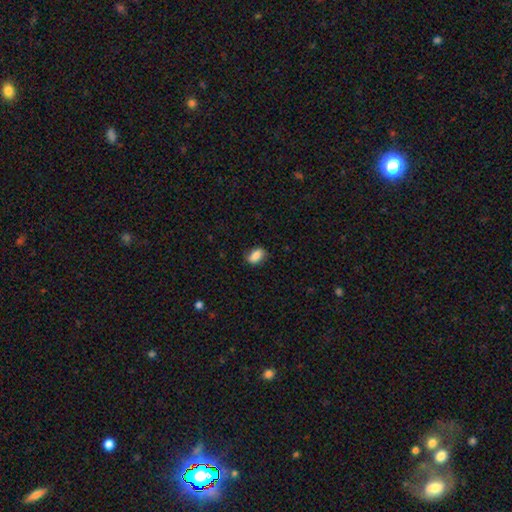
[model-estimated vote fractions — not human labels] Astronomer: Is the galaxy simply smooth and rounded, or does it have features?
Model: smooth — 84%.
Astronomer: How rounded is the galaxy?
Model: in between — 86%.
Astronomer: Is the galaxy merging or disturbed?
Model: none — 81%.